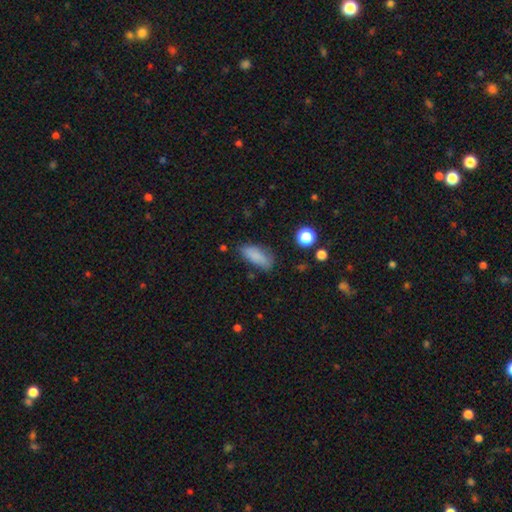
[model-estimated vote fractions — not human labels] smooth-or-featured: smooth: 84% | star or artifact: 9% | featured or disk: 7%
  how-rounded: in between: 72% | cigar-shaped: 25% | round: 3%
  merging: none: 70% | minor disturbance: 21% | major disturbance: 5% | merger: 3%